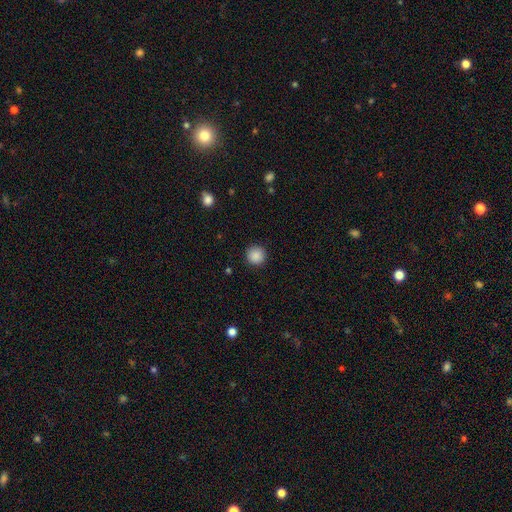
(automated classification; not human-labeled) smooth 88%, star or artifact 9%, featured or disk 3%. Down the decision tree: how rounded — round (95%); merging — none (91%).